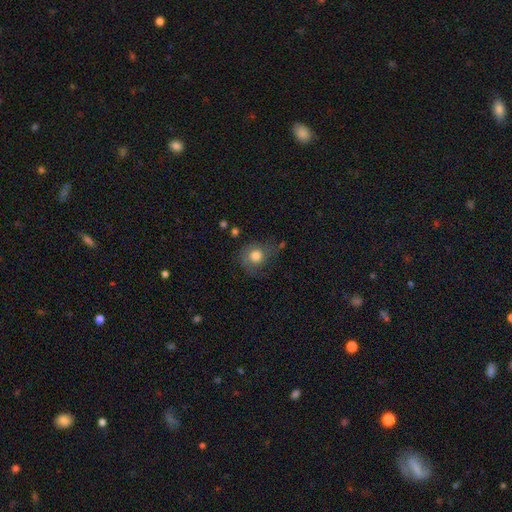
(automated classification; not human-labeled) Q: Smooth or featured?
A: smooth (76%); runner-up: featured or disk (15%)
Q: How rounded?
A: round (77%); runner-up: in between (22%)
Q: Merging?
A: none (53%); runner-up: minor disturbance (27%)